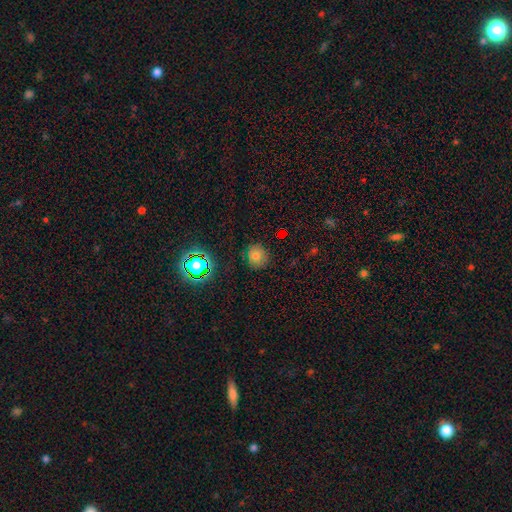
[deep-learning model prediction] smooth 68%, star or artifact 21%, featured or disk 11%. Down the decision tree: how rounded — round (84%); merging — none (84%).